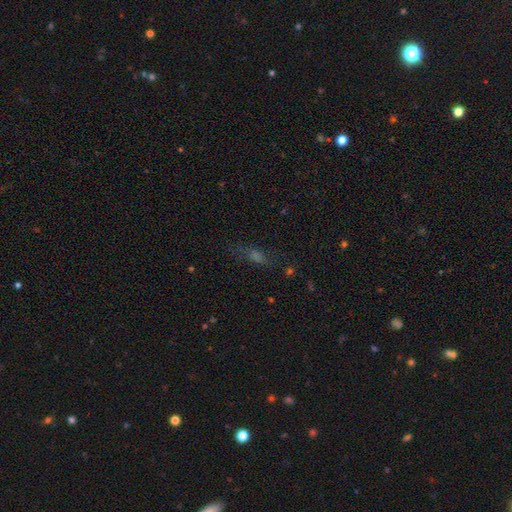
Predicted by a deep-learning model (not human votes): Overall: smooth (40%; star or artifact 33%). Merging: none (68%).